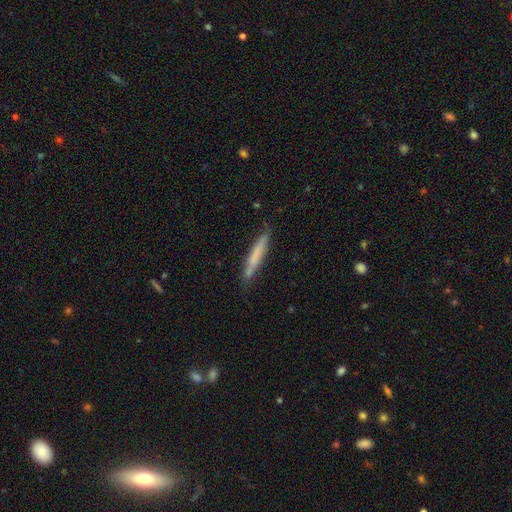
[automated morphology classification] Overall: smooth (65%; featured or disk 28%). How rounded: cigar-shaped (94%). Merging: none (79%).